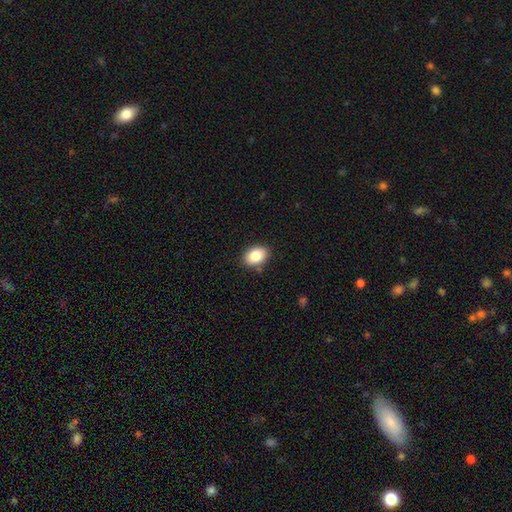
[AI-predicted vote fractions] smooth_or_featured: smooth (p=0.85) [alt: star or artifact p=0.08]
how_rounded: in between (p=0.80) [alt: round p=0.19]
merging: none (p=0.86) [alt: minor disturbance p=0.10]